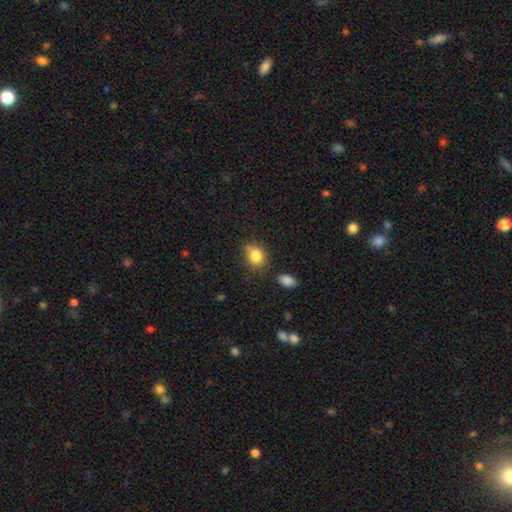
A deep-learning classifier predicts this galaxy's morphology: This is clearly a smooth galaxy (83%). How rounded: possibly round (53%). Merging: likely none (62%).